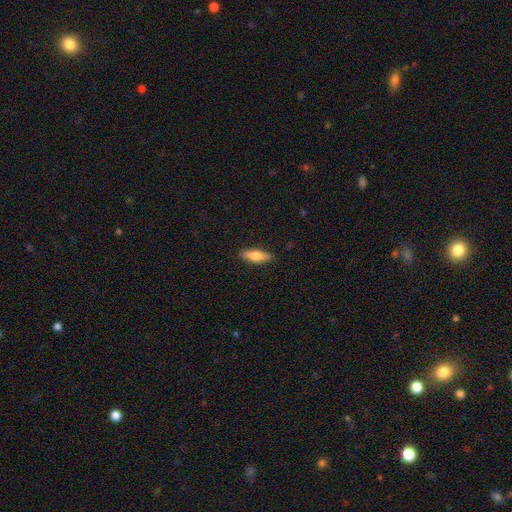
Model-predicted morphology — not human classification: Smooth or featured? smooth (75%)
How rounded? cigar-shaped (49%, tied with in between)
Merging? none (89%)